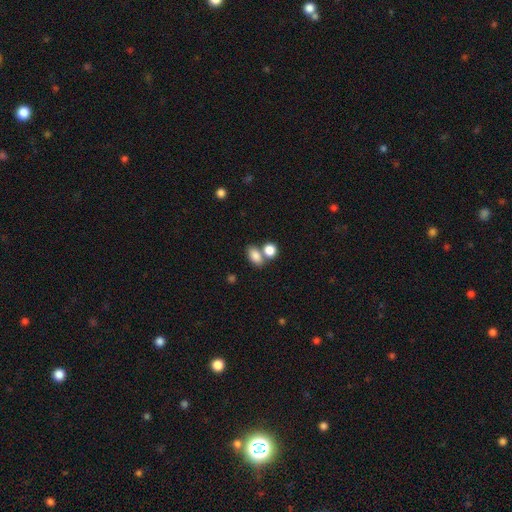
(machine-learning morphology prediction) This appears to be a smooth galaxy with no disk features (83%) that is in between round and cigar-shaped (81%). Merging: none (48%).